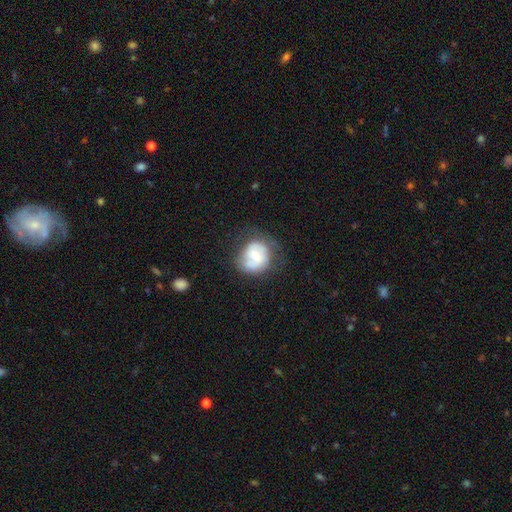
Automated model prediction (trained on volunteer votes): Smooth or featured: smooth — 53% (featured or disk — 40%)
How rounded: round — 71% (in between — 28%)
Merging: none — 61% (minor disturbance — 25%)